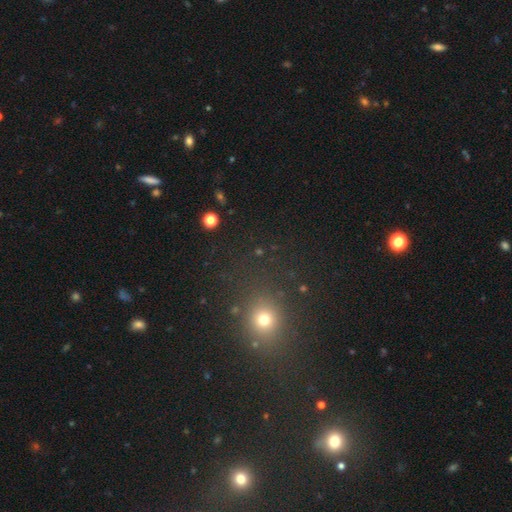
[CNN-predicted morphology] Smooth or featured: smooth — 52% (star or artifact — 41%)
How rounded: round — 78% (in between — 20%)
Merging: none — 84% (minor disturbance — 9%)